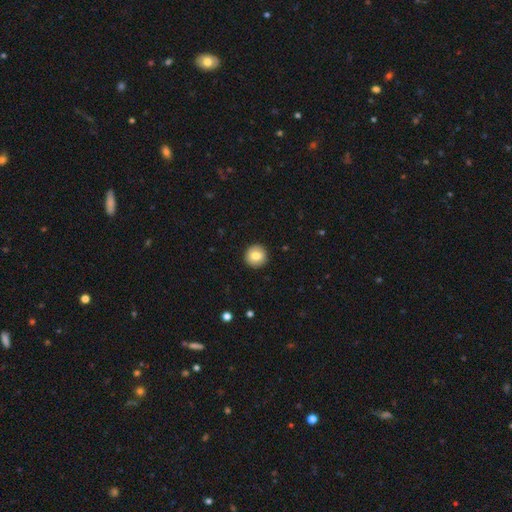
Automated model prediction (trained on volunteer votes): This appears to be a smooth galaxy with no disk features (79%) that is round (94%). Merging: none (92%).